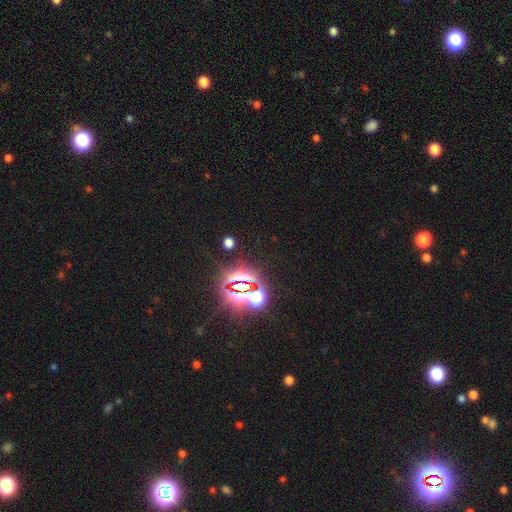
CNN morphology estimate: A star or artifact, not a galaxy (82%).